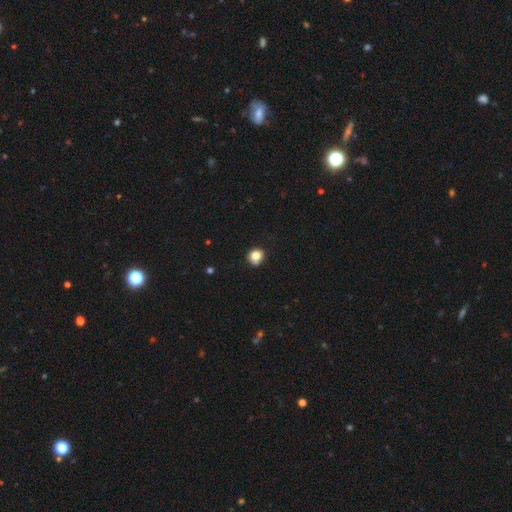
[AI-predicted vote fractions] Smooth or featured? Predicted: smooth (p=0.80). How rounded? Predicted: round (p=0.76). Merging? Predicted: none (p=0.67).